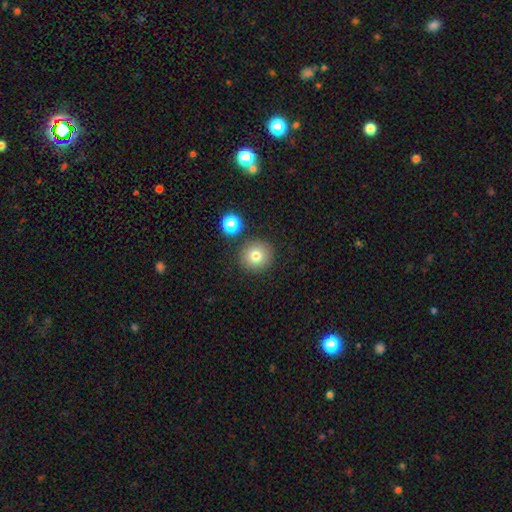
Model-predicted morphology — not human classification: type=smooth (77%); roundness=round (95%); merging=none (86%).